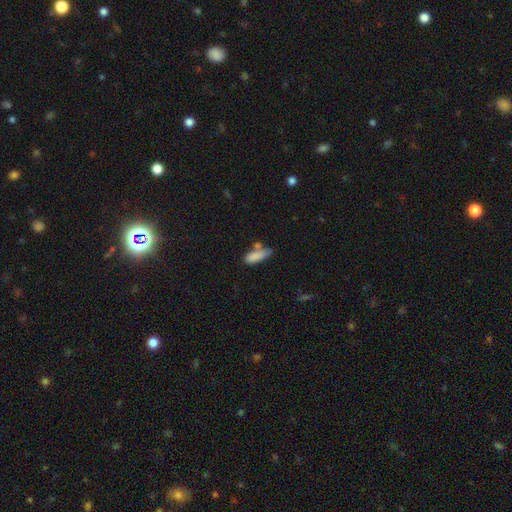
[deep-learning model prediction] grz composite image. It shows a smooth galaxy with no disk features (83%) that is in between round and cigar-shaped (67%). Merging: none (46%).